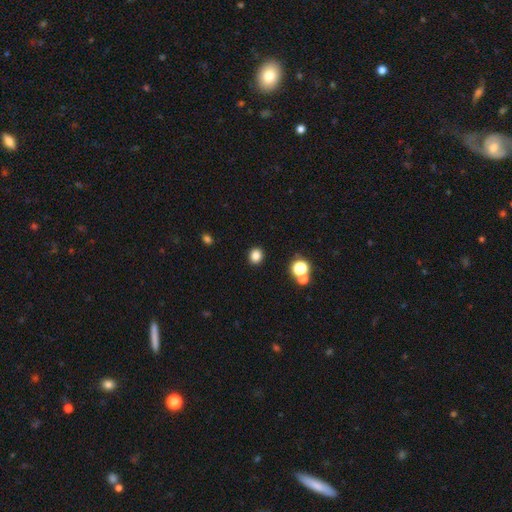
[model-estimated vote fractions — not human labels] Smooth or featured: smooth — 82% (star or artifact — 13%)
How rounded: round — 76% (in between — 23%)
Merging: none — 90% (minor disturbance — 6%)